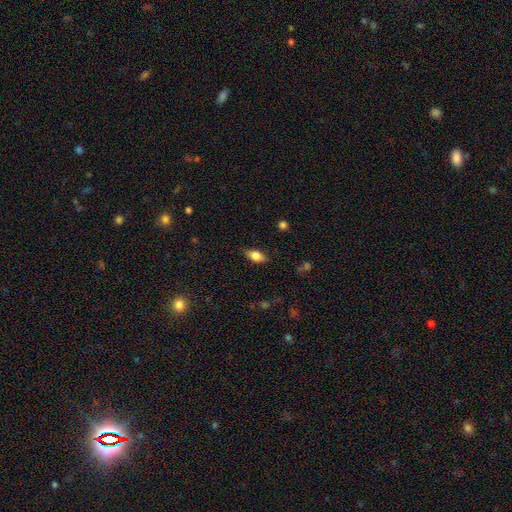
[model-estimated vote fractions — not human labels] Smooth or featured? smooth (71%)
How rounded? in between (85%)
Merging? none (82%)